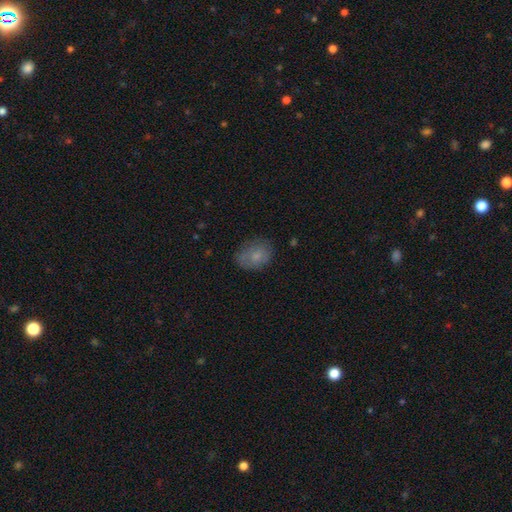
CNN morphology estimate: Smooth or featured? smooth (73%)
How rounded? in between (62%)
Merging? none (70%)